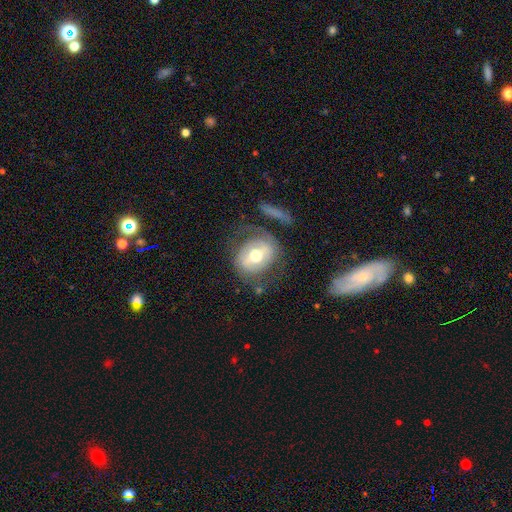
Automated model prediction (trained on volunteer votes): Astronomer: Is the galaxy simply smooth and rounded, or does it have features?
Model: featured or disk — 57% (runner-up: smooth, 36%).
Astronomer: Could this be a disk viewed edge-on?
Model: no — 93%.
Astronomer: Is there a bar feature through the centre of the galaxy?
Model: strong — 39% (runner-up: weak, 34%).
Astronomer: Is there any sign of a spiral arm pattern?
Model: no — 52% (runner-up: yes, 48%).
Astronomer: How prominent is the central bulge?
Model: moderate — 72%.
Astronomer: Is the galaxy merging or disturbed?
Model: none — 60%.